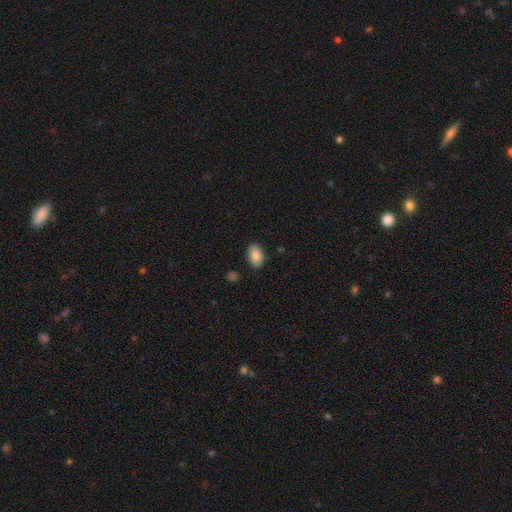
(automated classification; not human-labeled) A smooth galaxy with no disk features (86%) that is in between round and cigar-shaped (89%). Merging: none (84%).